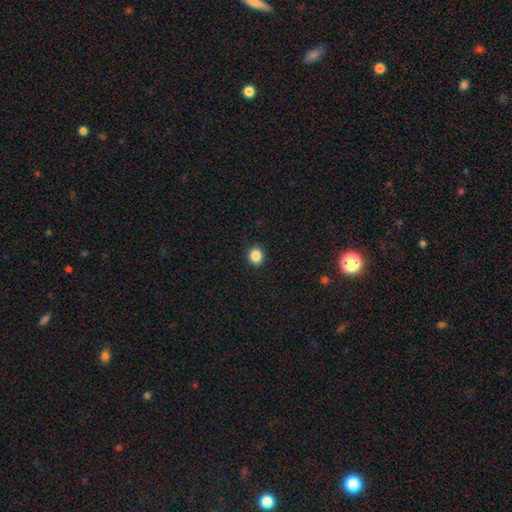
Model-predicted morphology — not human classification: Smooth or featured? smooth (87%)
How rounded? round (85%)
Merging? none (92%)